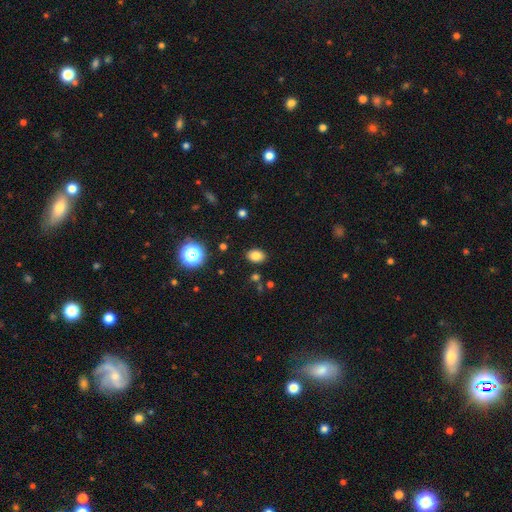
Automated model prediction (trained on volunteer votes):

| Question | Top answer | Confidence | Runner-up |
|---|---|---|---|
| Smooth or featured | smooth | 82% | star or artifact (13%) |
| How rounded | in between | 68% | round (31%) |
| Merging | none | 87% | minor disturbance (8%) |